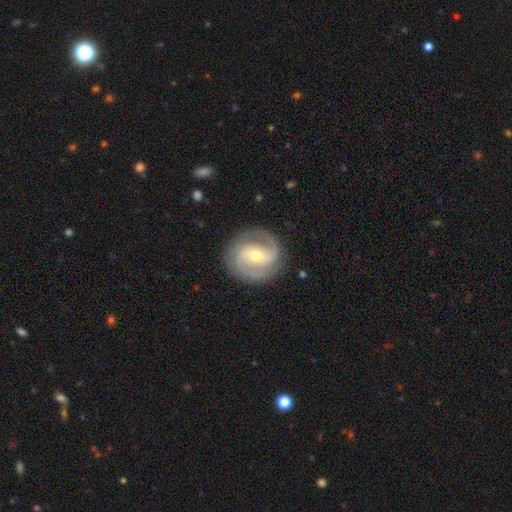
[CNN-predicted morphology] Overall: featured or disk (87%). Edge-on disk: no (98%). Bar: weak (45%; no 32%). Spiral arms: yes (96%). Spiral arm count: 2 (77%). Spiral winding: tight (52%; medium 40%). Bulge size: moderate (63%; small 32%). Merging: none (84%).